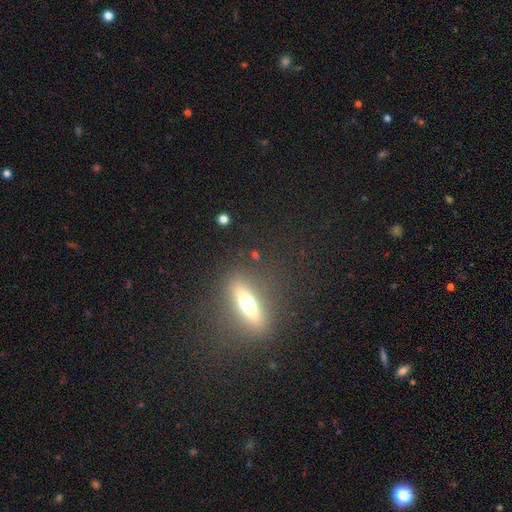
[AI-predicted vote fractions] Smooth or featured: smooth — 46% (featured or disk — 39%)
Merging: none — 84% (minor disturbance — 9%)